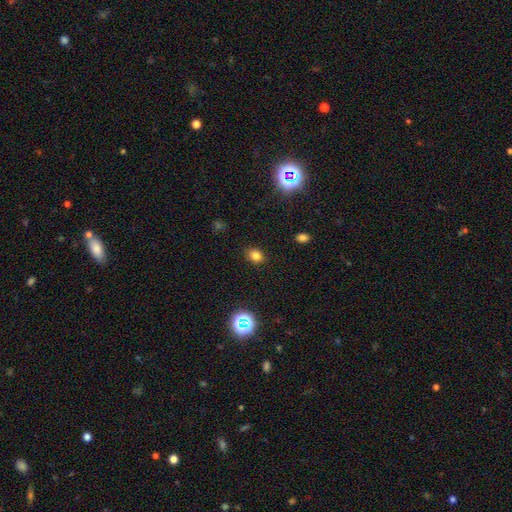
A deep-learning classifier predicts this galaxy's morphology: Smooth or featured: smooth — 78% (star or artifact — 17%)
How rounded: in between — 50% (round — 49%)
Merging: none — 87% (minor disturbance — 9%)